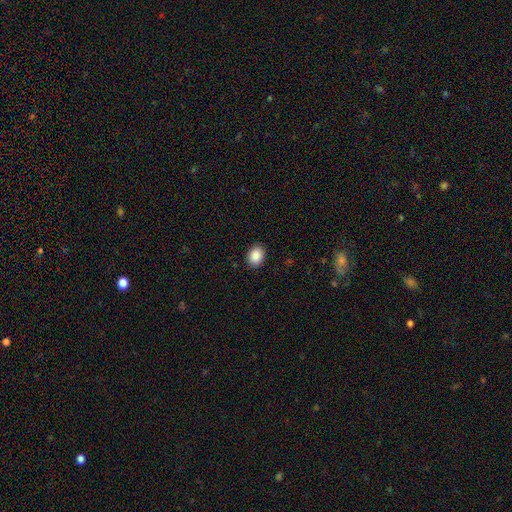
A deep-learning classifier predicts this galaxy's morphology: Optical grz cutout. It shows a smooth galaxy with no disk features (89%) that is in between round and cigar-shaped (65%). Merging: none (90%).